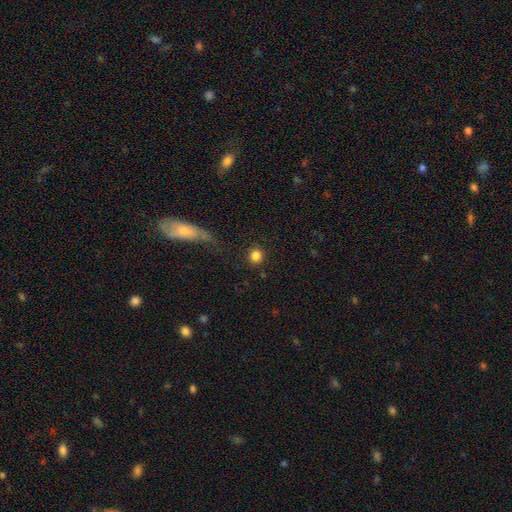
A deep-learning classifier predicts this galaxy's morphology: Overall: smooth (84%). How rounded: round (88%). Merging: none (88%).